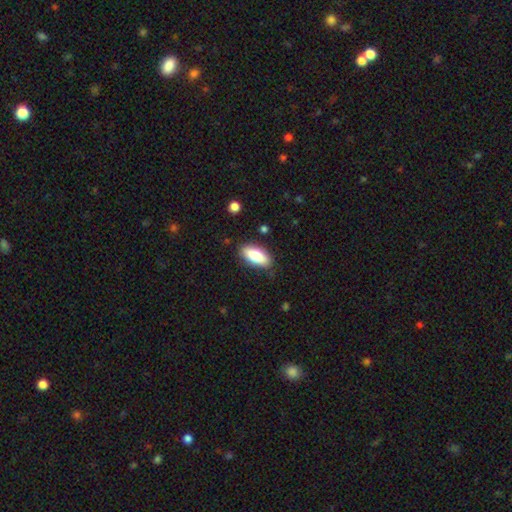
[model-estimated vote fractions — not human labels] A smooth galaxy with no disk features (79%) that is in between round and cigar-shaped (84%). Merging: none (84%).